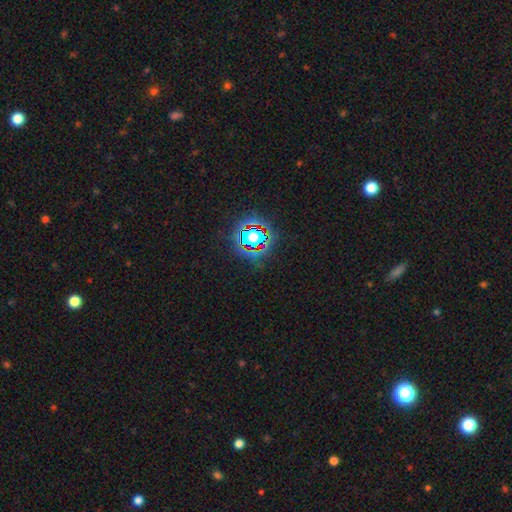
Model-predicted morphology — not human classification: Smooth or featured: star or artifact — 81% (smooth — 12%)